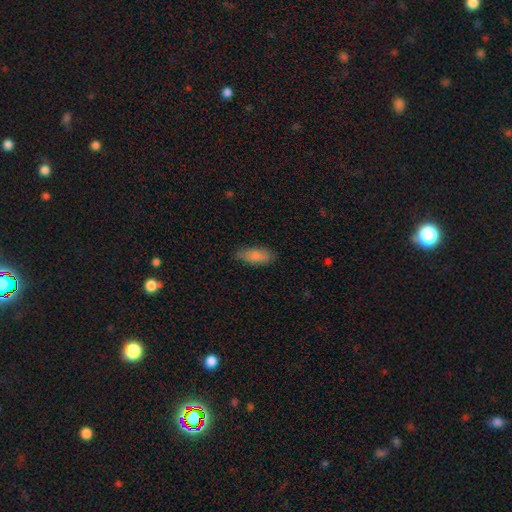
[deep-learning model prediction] Q: Smooth or featured?
A: smooth (85%); runner-up: featured or disk (8%)
Q: How rounded?
A: in between (75%); runner-up: cigar-shaped (23%)
Q: Merging?
A: none (77%); runner-up: minor disturbance (18%)